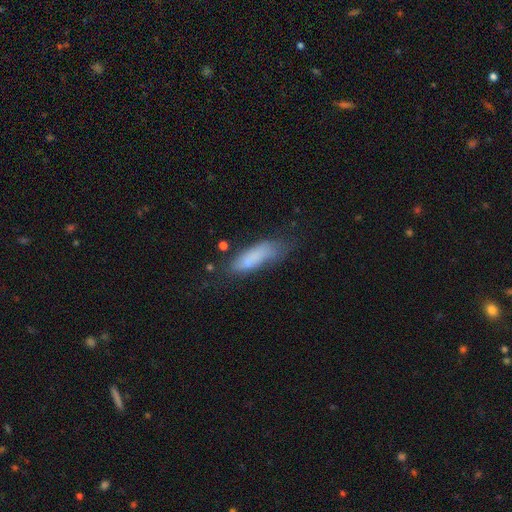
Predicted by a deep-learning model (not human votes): Smooth or featured? Predicted: smooth (p=0.73). How rounded? Predicted: cigar-shaped (p=0.49, tied with in between). Merging? Predicted: none (p=0.47).